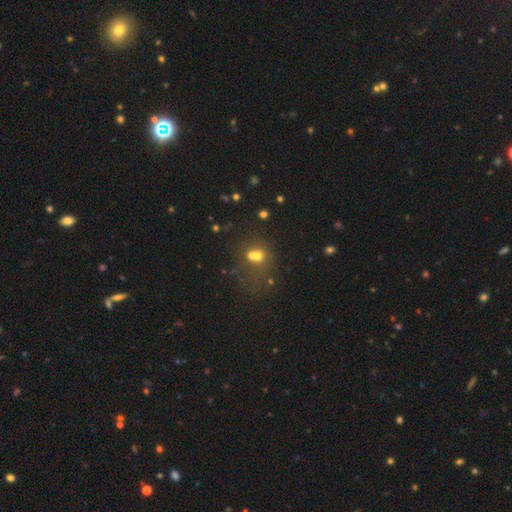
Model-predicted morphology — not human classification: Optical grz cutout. It shows a smooth galaxy with no disk features (55%) that is round (72%). Merging: merger (54%).